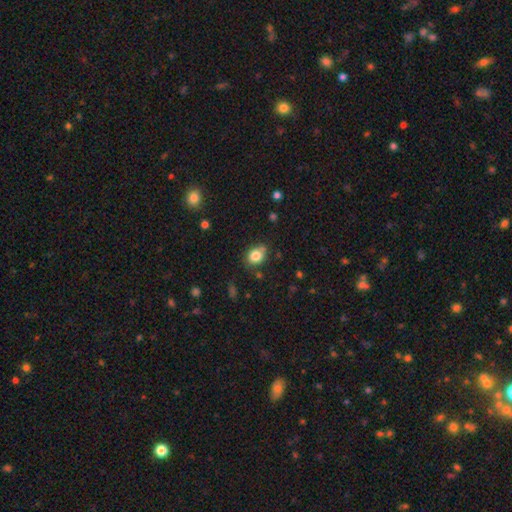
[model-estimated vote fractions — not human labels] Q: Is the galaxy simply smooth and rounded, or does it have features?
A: smooth — 82%.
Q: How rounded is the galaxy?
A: round — 51%.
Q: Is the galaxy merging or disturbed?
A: none — 71%.